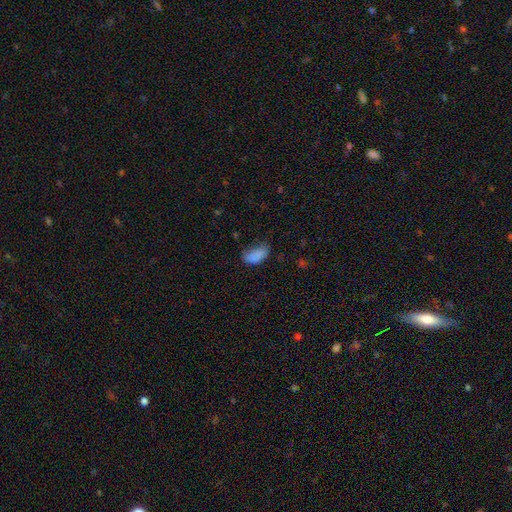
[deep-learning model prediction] Smooth or featured?
  - smooth: 83% *
  - star or artifact: 10%
  - featured or disk: 7%
How rounded?
  - in between: 92% *
  - round: 4%
  - cigar-shaped: 4%
Merging?
  - none: 48% *
  - minor disturbance: 34%
  - major disturbance: 15%
  - merger: 3%